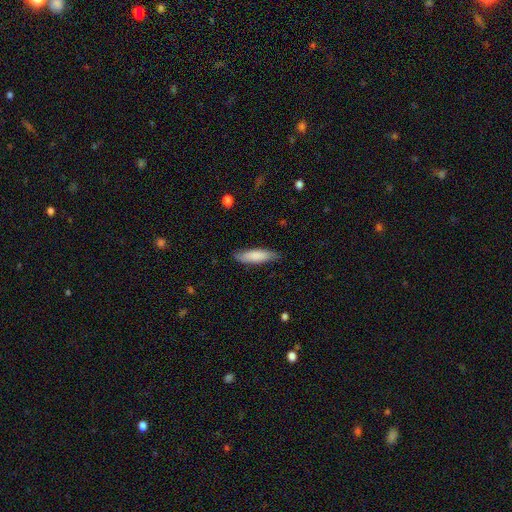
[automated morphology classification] smooth-or-featured: smooth: 83% | featured or disk: 12% | star or artifact: 5%
  how-rounded: cigar-shaped: 58% | in between: 41% | round: 1%
  merging: none: 82% | minor disturbance: 15% | major disturbance: 2% | merger: 1%